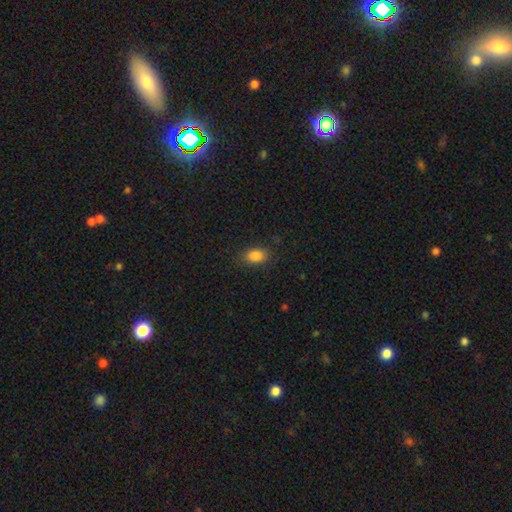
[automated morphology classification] Overall: smooth (86%). How rounded: in between (84%). Merging: none (84%).